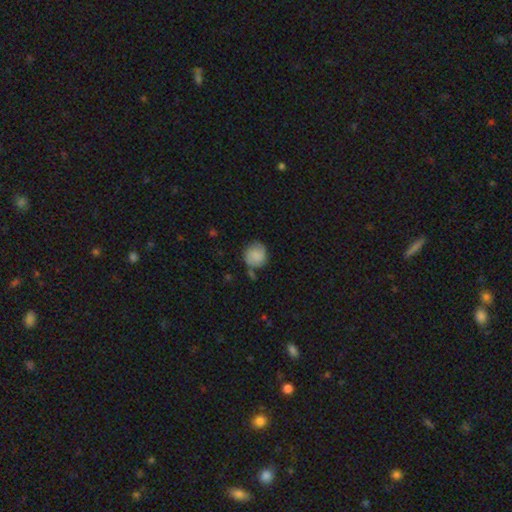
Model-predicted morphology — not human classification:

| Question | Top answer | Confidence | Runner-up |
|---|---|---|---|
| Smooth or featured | smooth | 62% | featured or disk (30%) |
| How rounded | round | 85% | in between (14%) |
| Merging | none | 66% | minor disturbance (21%) |